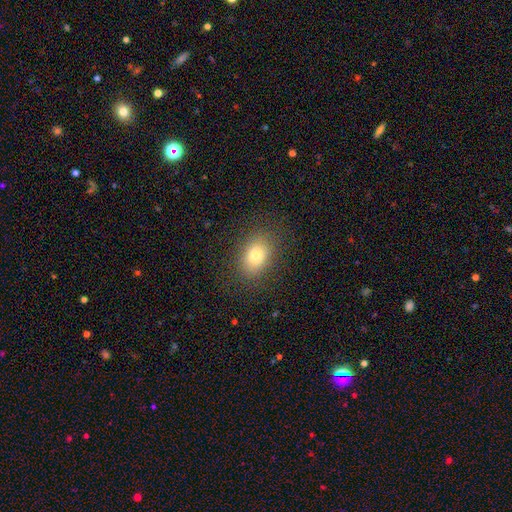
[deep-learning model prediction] This appears to be a smooth galaxy with no disk features (78%) that is in between round and cigar-shaped (76%). Merging: none (84%).